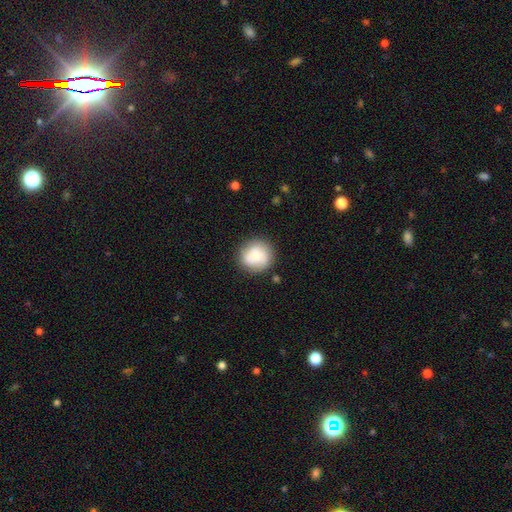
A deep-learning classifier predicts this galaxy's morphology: A smooth galaxy with no disk features (71%) that is round (91%). Merging: none (80%).